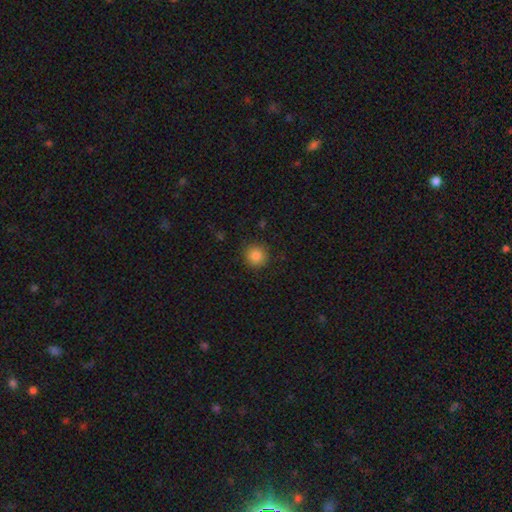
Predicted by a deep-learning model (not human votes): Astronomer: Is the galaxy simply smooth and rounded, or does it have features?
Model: smooth — 85%.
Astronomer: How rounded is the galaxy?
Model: round — 93%.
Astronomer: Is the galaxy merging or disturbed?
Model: none — 88%.